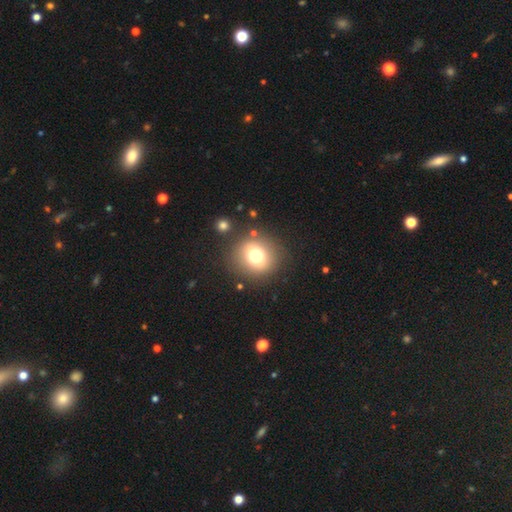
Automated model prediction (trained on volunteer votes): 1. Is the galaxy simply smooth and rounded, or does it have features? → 73% smooth, 14% star or artifact, 13% featured or disk.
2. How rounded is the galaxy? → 87% round, 12% in between, 1% cigar-shaped.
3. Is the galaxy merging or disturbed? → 83% none, 9% minor disturbance, 4% major disturbance, 4% merger.